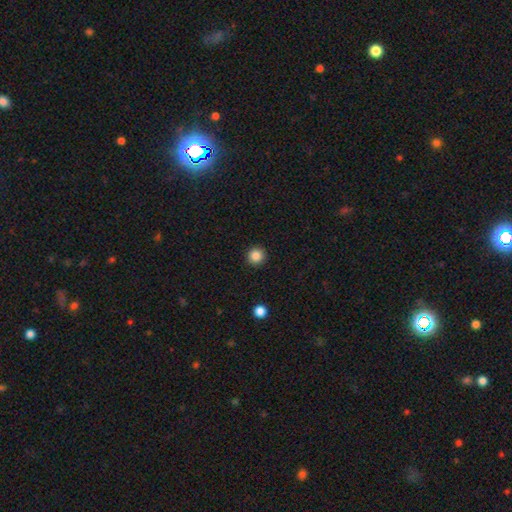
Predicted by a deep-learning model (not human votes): Q: Smooth or featured?
A: smooth (86%); runner-up: star or artifact (11%)
Q: How rounded?
A: round (95%); runner-up: in between (4%)
Q: Merging?
A: none (93%); runner-up: minor disturbance (4%)